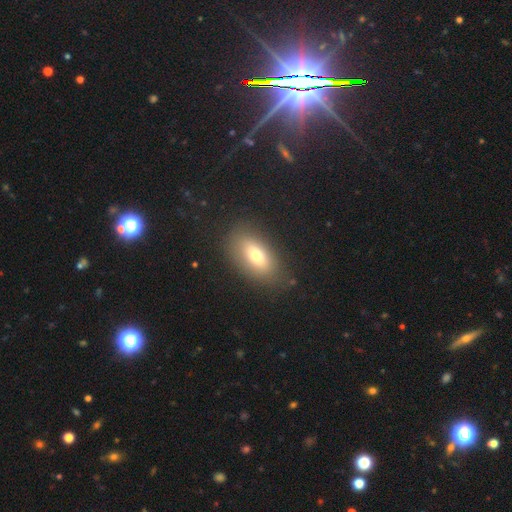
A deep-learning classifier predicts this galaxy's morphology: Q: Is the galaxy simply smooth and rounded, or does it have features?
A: smooth — 69%.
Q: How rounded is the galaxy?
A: in between — 86%.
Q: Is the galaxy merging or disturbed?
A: none — 83%.